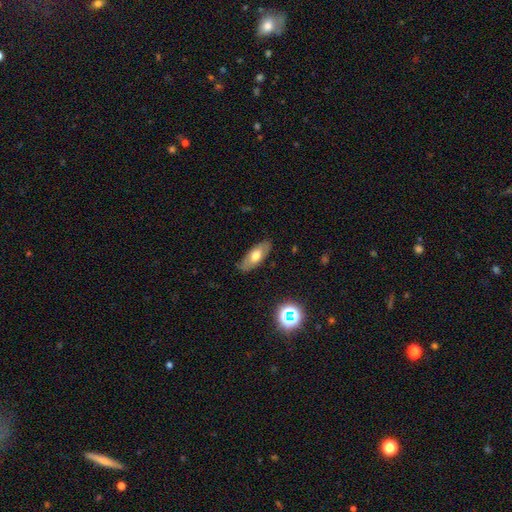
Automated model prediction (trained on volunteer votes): Overall: smooth (62%; featured or disk 29%). How rounded: in between (82%). Merging: none (83%).